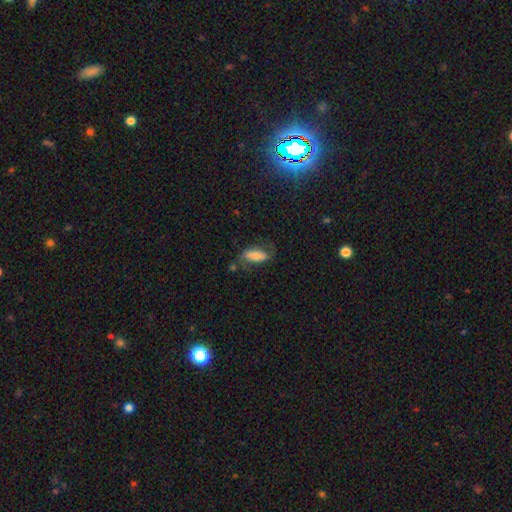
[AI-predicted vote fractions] smooth 55%, featured or disk 37%, star or artifact 8%. Down the decision tree: how rounded — in between (80%); merging — none (57%).